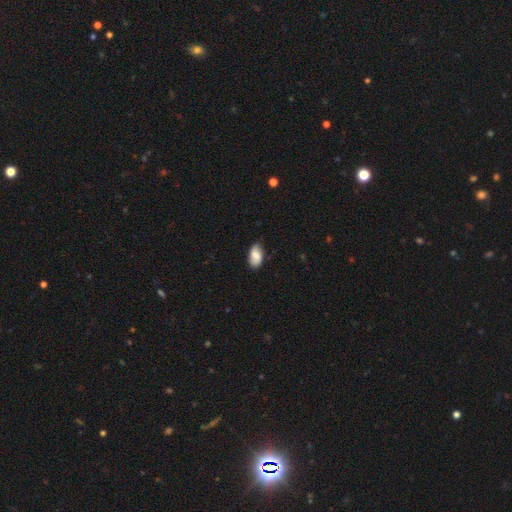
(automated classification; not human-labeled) The model was most divided on "smooth or featured": smooth: 65%, featured or disk: 27%, star or artifact: 8%. More confident: how rounded — in between (92%); merging — none (72%).